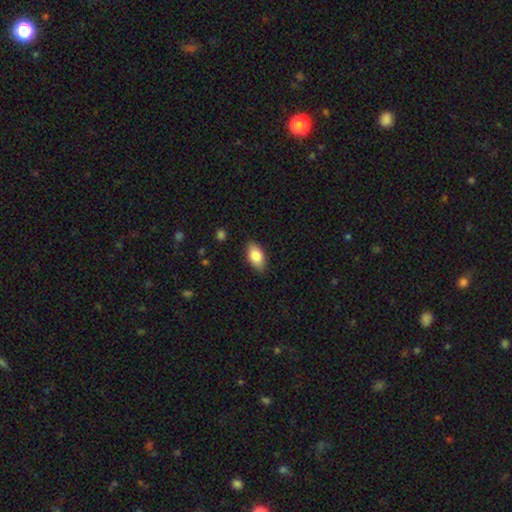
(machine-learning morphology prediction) The model was most divided on "smooth or featured": smooth: 83%, featured or disk: 10%, star or artifact: 7%. More confident: how rounded — in between (92%); merging — none (87%).